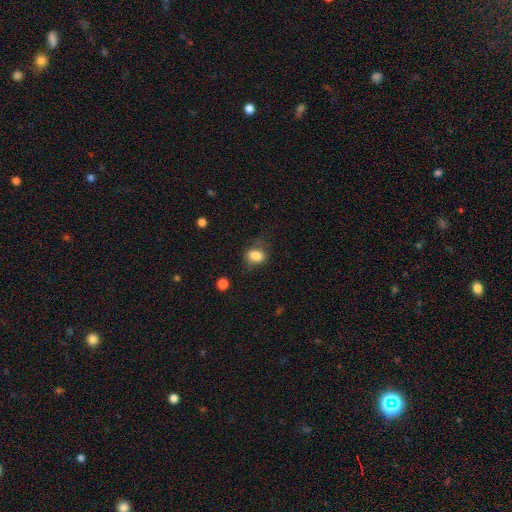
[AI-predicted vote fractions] Overall: smooth (84%). How rounded: in between (61%; round 37%). Merging: none (67%).